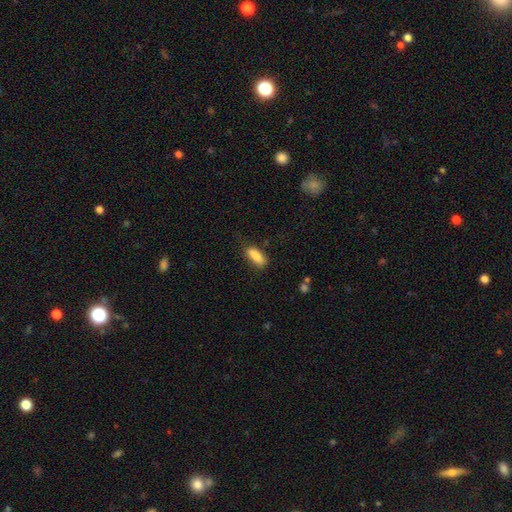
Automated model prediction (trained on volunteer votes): smooth_or_featured: smooth (p=0.87) [alt: star or artifact p=0.07]
how_rounded: in between (p=0.78) [alt: cigar-shaped p=0.20]
merging: none (p=0.69) [alt: minor disturbance p=0.22]